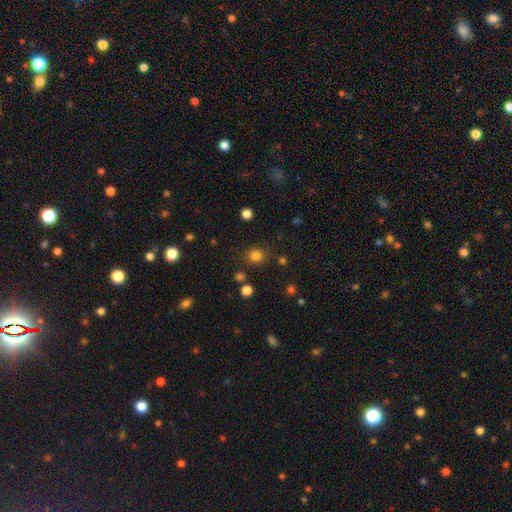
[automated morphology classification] Q: Smooth or featured?
A: smooth (81%); runner-up: star or artifact (14%)
Q: How rounded?
A: round (80%); runner-up: in between (19%)
Q: Merging?
A: none (82%); runner-up: minor disturbance (10%)